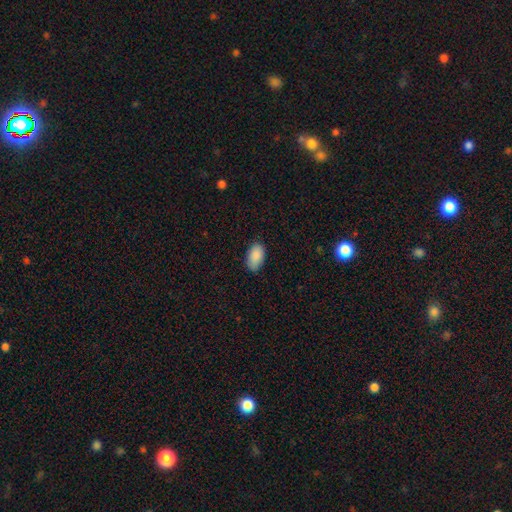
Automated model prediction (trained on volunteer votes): smooth 90%, star or artifact 7%, featured or disk 4%. Down the decision tree: how rounded — in between (94%); merging — none (82%).